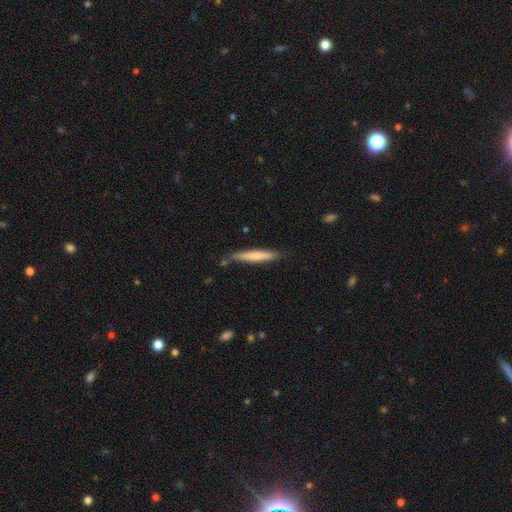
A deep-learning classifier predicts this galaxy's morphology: Smooth or featured: smooth — 68% (featured or disk — 27%)
How rounded: cigar-shaped — 94% (in between — 5%)
Merging: none — 78% (minor disturbance — 15%)